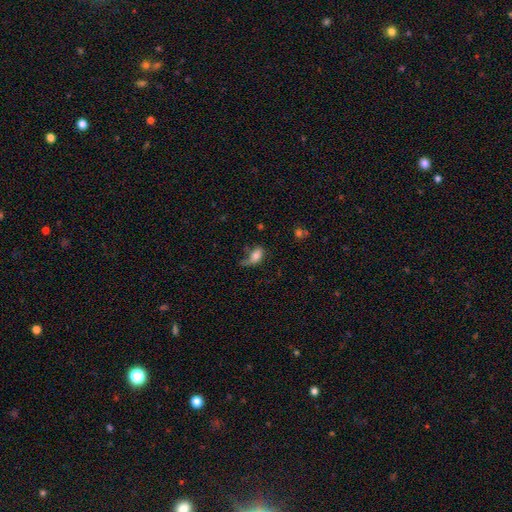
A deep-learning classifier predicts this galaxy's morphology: A smooth galaxy with no disk features (72%) that is in between round and cigar-shaped (86%).

Vote fractions:
- Smooth or featured? smooth: 72% / featured or disk: 18% / star or artifact: 9%
- How rounded? in between: 86% / round: 8% / cigar-shaped: 6%
- Merging? none: 32% / minor disturbance: 31% / major disturbance: 29% / merger: 7%